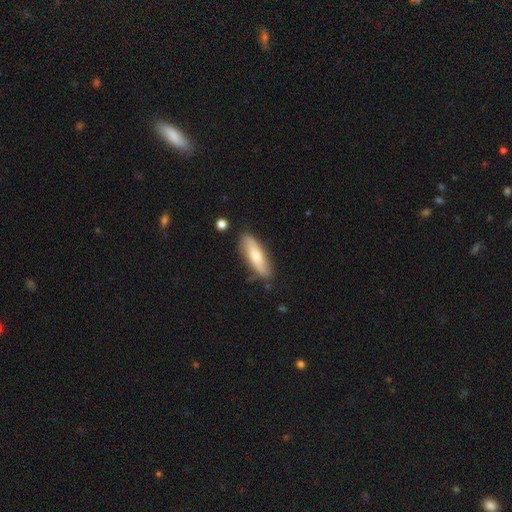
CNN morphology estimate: This appears to be a smooth galaxy with no disk features (64%) that is cigar-shaped (49%, tied with in between). Merging: none (81%).